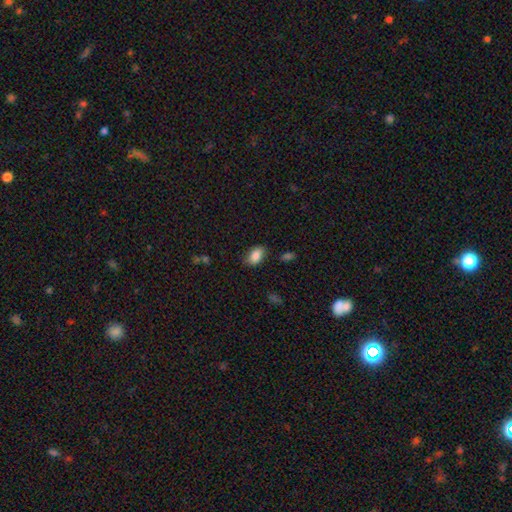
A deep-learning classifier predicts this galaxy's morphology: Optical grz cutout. It shows a smooth galaxy with no disk features (86%) that is in between round and cigar-shaped (89%). Merging: none (81%).